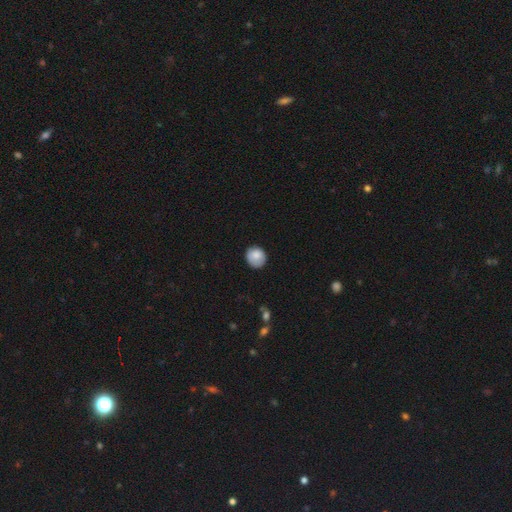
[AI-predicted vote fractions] smooth_or_featured: smooth (p=0.82) [alt: featured or disk p=0.11]
how_rounded: round (p=0.86) [alt: in between p=0.13]
merging: none (p=0.75) [alt: minor disturbance p=0.19]